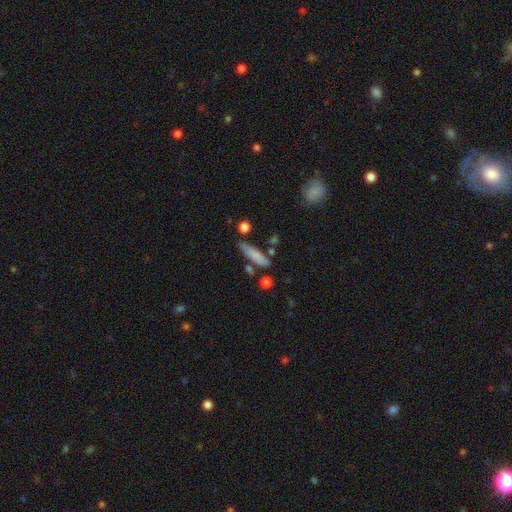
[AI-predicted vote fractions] Smooth or featured? smooth (79%)
How rounded? cigar-shaped (71%)
Merging? none (71%)